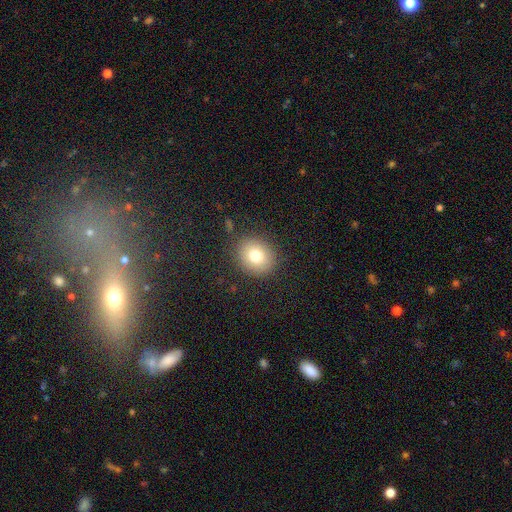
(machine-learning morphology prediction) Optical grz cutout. It shows a smooth galaxy with no disk features (79%) that is round (70%). Merging: none (86%).